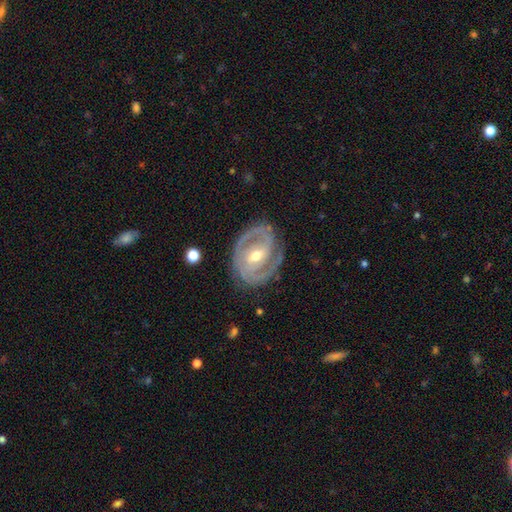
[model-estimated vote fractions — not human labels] Smooth or featured?
  - featured or disk: 90% *
  - smooth: 6%
  - star or artifact: 4%
Edge-on disk?
  - no: 97% *
  - yes: 3%
Bar?
  - weak: 45% *
  - strong: 29%
  - no: 26%
Spiral arms?
  - yes: 95% *
  - no: 5%
Spiral winding?
  - tight: 65% *
  - medium: 29%
  - loose: 5%
Spiral arm count?
  - 2: 71% *
  - 3: 11%
  - can't tell: 10%
  - 1: 4%
  - 4: 2%
  - more than 4: 2%
Bulge size?
  - moderate: 68% *
  - small: 28%
  - large: 3%
  - none: 1%
  - dominant: 1%
Merging?
  - none: 78% *
  - minor disturbance: 15%
  - major disturbance: 5%
  - merger: 1%